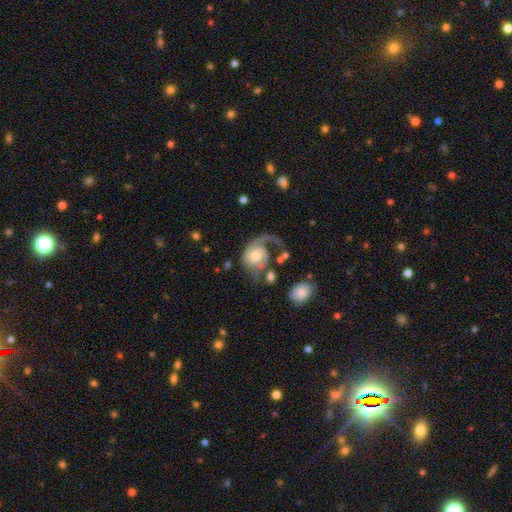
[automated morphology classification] A featured or disk galaxy (79%) with no bar (71%), 1 (67%) loose (39%) spiral arms (93%) and a moderate central bulge (49%). Merging: major disturbance (43%).